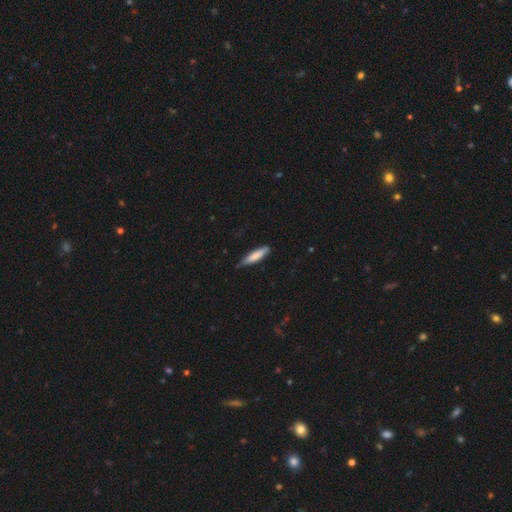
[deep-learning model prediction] Smooth or featured: smooth — 77% (featured or disk — 17%)
How rounded: cigar-shaped — 82% (in between — 16%)
Merging: none — 70% (minor disturbance — 26%)